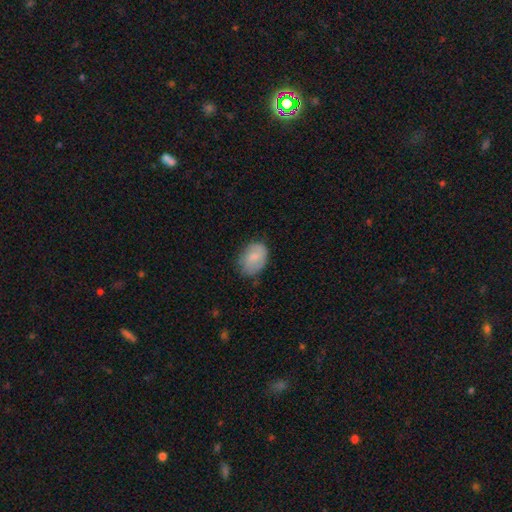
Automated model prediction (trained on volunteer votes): A smooth galaxy with no disk features (68%) that is in between round and cigar-shaped (74%).

Vote fractions:
- Smooth or featured? smooth: 68% / featured or disk: 25% / star or artifact: 7%
- How rounded? in between: 74% / round: 25% / cigar-shaped: 1%
- Merging? none: 66% / minor disturbance: 26% / major disturbance: 6% / merger: 2%